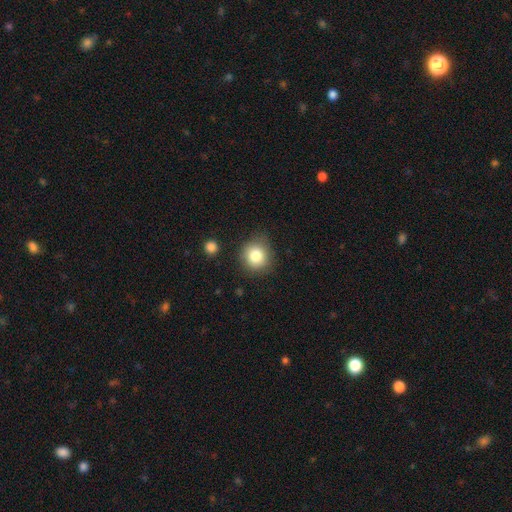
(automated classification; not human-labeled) smooth 83%, star or artifact 10%, featured or disk 7%. Down the decision tree: how rounded — round (87%); merging — none (81%).